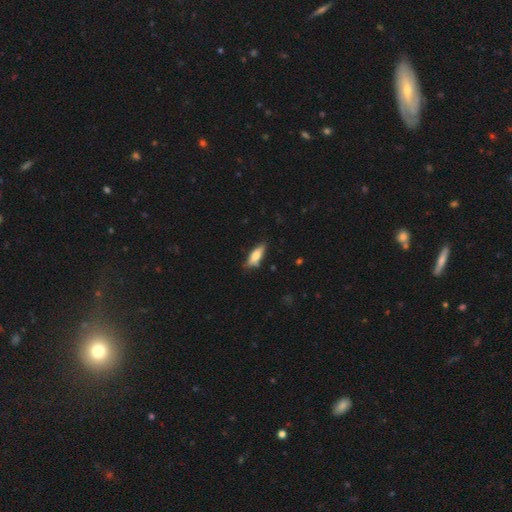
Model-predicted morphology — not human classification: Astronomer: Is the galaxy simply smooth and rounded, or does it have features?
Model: smooth — 71%.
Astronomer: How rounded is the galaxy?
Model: in between — 61% (runner-up: cigar-shaped, 37%).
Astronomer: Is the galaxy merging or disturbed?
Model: none — 68%.